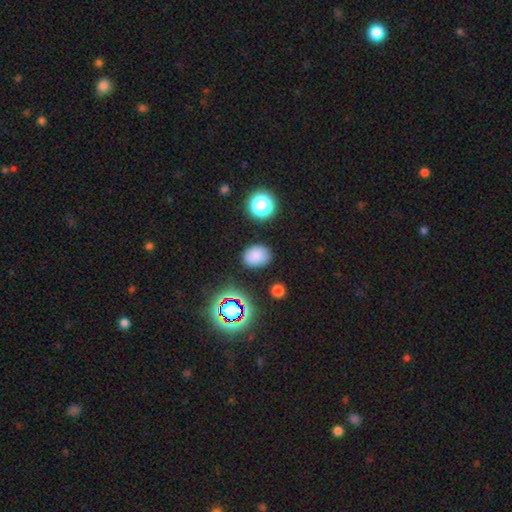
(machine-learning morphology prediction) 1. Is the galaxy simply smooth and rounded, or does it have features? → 80% smooth, 14% star or artifact, 6% featured or disk.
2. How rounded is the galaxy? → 64% in between, 35% round, 1% cigar-shaped.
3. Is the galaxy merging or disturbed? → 83% none, 12% minor disturbance, 3% major disturbance, 2% merger.